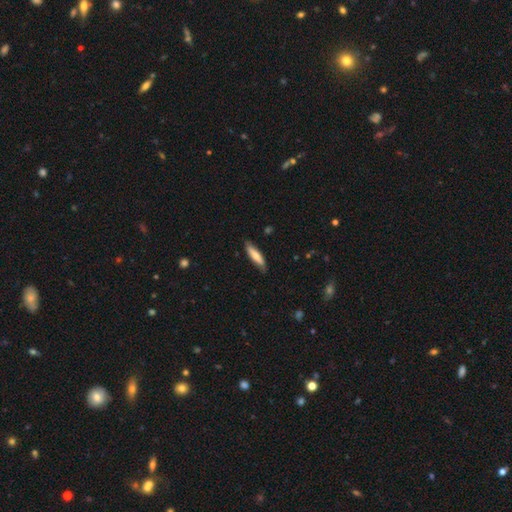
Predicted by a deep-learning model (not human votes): Morphology: type=smooth (69%); roundness=cigar-shaped (74%); merging=none (80%).